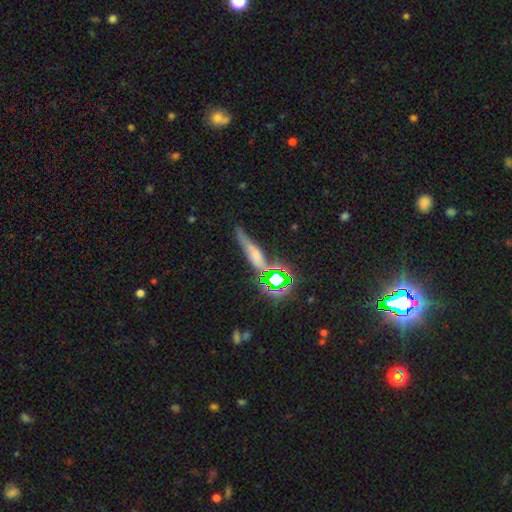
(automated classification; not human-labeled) Morphology: type=featured or disk (34%); merging=none (67%).